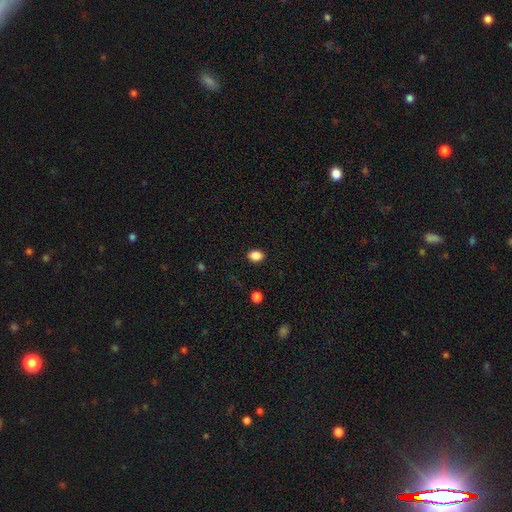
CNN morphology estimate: Smooth or featured? smooth (87%)
How rounded? in between (70%)
Merging? none (89%)